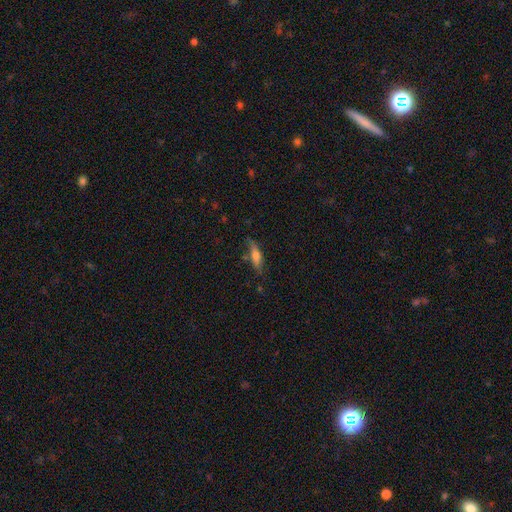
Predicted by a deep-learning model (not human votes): smooth 56%, featured or disk 36%, star or artifact 8%. Down the decision tree: how rounded — cigar-shaped (66%); merging — none (69%).